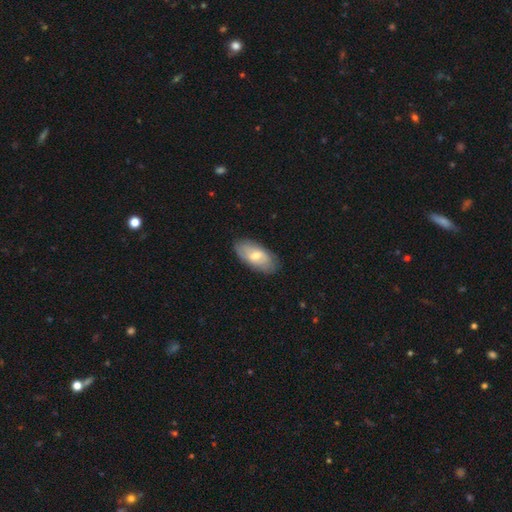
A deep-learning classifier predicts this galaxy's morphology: Smooth or featured? Predicted: smooth (p=0.56). How rounded? Predicted: in between (p=0.92). Merging? Predicted: none (p=0.81).